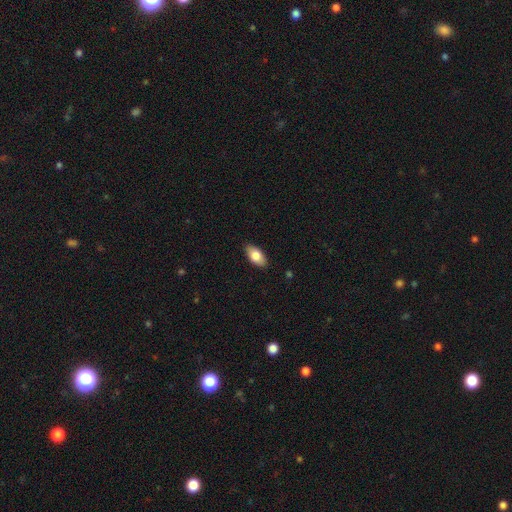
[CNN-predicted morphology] type=smooth (81%); roundness=in between (93%); merging=none (88%).